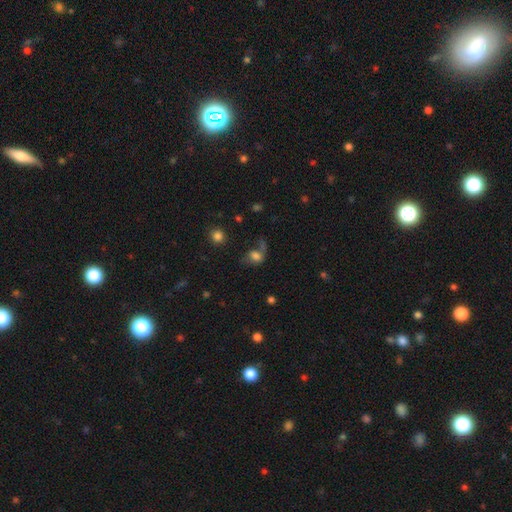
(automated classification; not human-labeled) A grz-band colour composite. It shows a smooth galaxy with no disk features (63%) that is in between round and cigar-shaped (63%). Merging: major disturbance (33%).